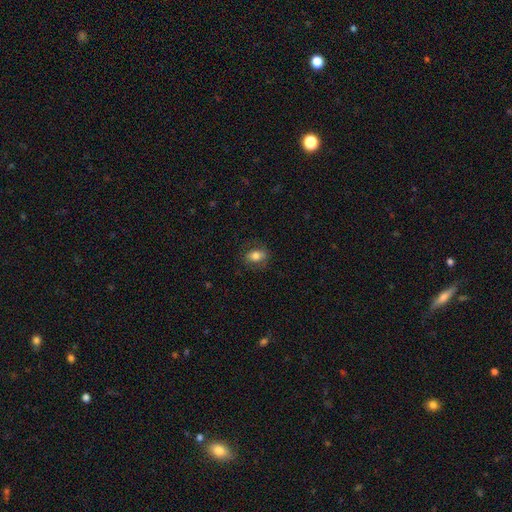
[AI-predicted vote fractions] Smooth or featured? smooth (74%)
How rounded? in between (74%)
Merging? none (77%)